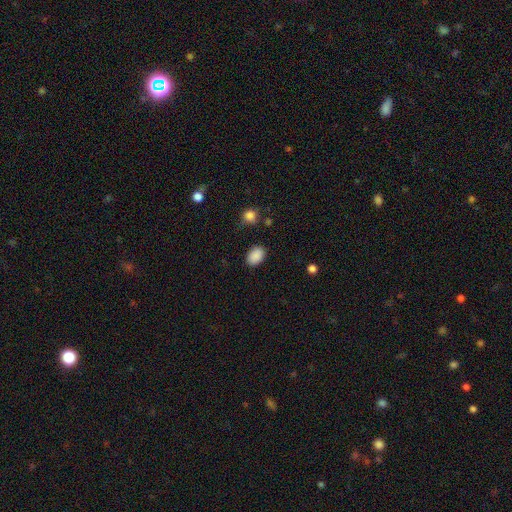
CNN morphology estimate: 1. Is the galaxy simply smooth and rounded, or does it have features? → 89% smooth, 8% star or artifact, 3% featured or disk.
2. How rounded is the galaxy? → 81% in between, 18% round, 1% cigar-shaped.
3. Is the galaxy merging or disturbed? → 85% none, 10% minor disturbance, 3% major disturbance, 2% merger.